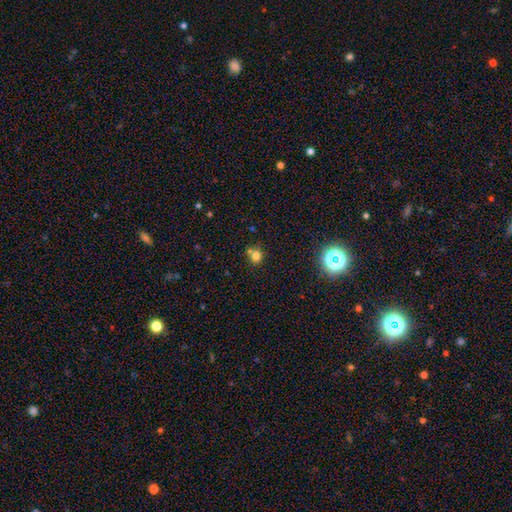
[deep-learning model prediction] Smooth or featured?
  - smooth: 74% *
  - star or artifact: 17%
  - featured or disk: 9%
How rounded?
  - round: 83% *
  - in between: 16%
  - cigar-shaped: 1%
Merging?
  - none: 58% *
  - merger: 28%
  - minor disturbance: 11%
  - major disturbance: 4%